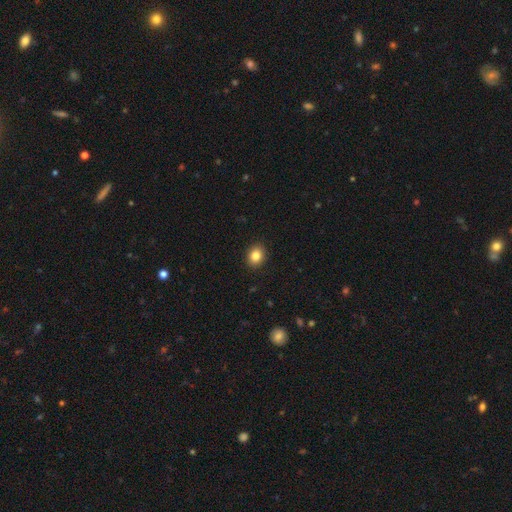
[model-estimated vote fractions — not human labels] Q: Smooth or featured?
A: smooth (85%); runner-up: star or artifact (10%)
Q: How rounded?
A: round (51%); runner-up: in between (48%)
Q: Merging?
A: none (91%); runner-up: minor disturbance (6%)